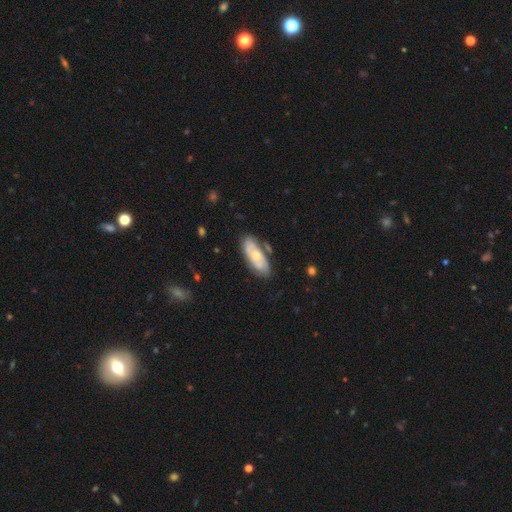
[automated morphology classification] Smooth or featured? featured or disk (50%)
Merging? none (68%)